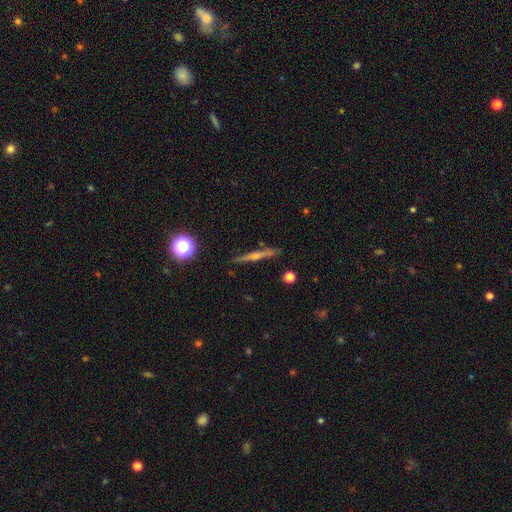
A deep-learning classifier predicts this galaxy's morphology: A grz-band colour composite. It shows a featured or disk galaxy (68%) viewed edge-on (97%) with a rounded central bulge (76%). Merging: none (90%).